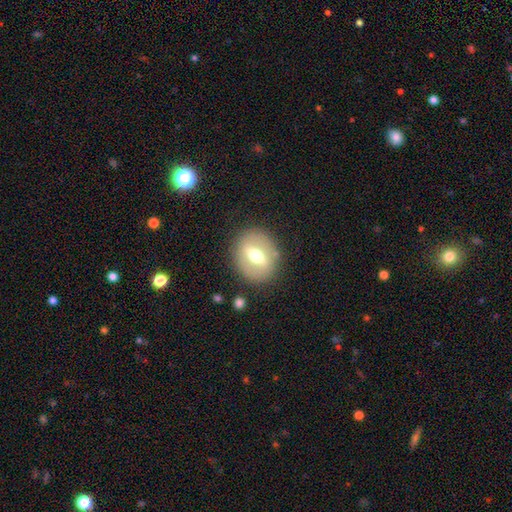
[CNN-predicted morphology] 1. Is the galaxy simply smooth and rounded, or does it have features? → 47% featured or disk, 45% smooth, 8% star or artifact.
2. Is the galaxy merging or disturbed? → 83% none, 10% minor disturbance, 5% major disturbance, 2% merger.